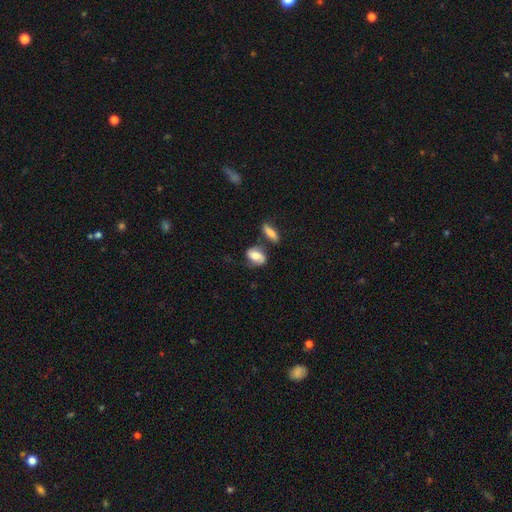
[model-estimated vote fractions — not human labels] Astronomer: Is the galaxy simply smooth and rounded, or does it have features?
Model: smooth — 58% (runner-up: featured or disk, 34%).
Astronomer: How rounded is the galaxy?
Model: in between — 80%.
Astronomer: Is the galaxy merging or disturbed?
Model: none — 53%.